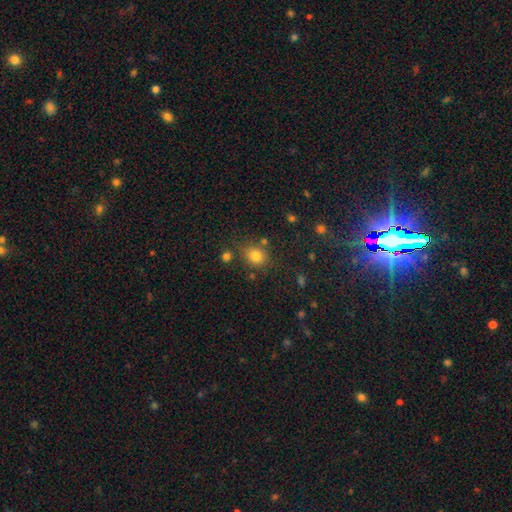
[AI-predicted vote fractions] smooth-or-featured: smooth: 79% | star or artifact: 14% | featured or disk: 7%
  how-rounded: round: 75% | in between: 24% | cigar-shaped: 1%
  merging: none: 74% | minor disturbance: 13% | merger: 8% | major disturbance: 5%